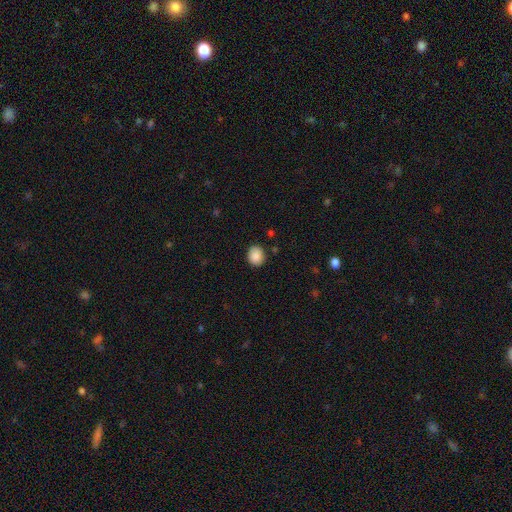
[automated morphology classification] Smooth or featured? smooth (88%)
How rounded? round (63%)
Merging? none (86%)